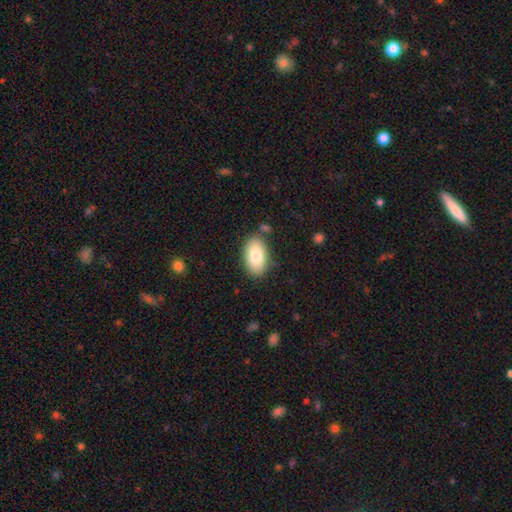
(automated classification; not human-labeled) Overall: smooth (83%). How rounded: in between (94%). Merging: none (82%).